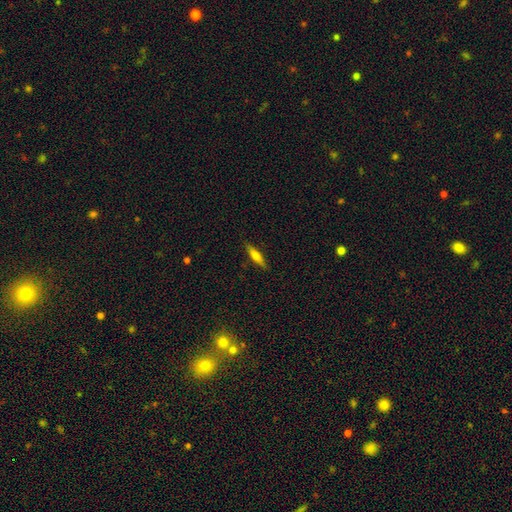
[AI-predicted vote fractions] A smooth galaxy with no disk features (54%) that is cigar-shaped (80%). Merging: none (88%).